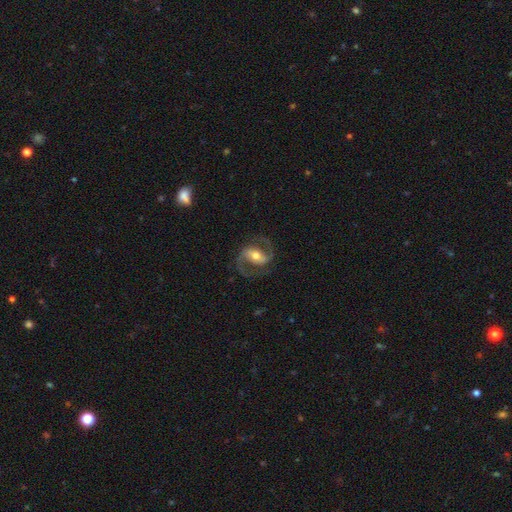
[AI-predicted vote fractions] Smooth or featured: featured or disk — 88% (smooth — 7%)
Edge-on disk: no — 97% (yes — 3%)
Bar: strong — 42% (weak — 38%)
Spiral arms: yes — 96% (no — 4%)
Spiral winding: medium — 59% (loose — 27%)
Spiral arm count: 2 — 93% (can't tell — 2%)
Bulge size: moderate — 67% (small — 23%)
Merging: none — 80% (minor disturbance — 11%)